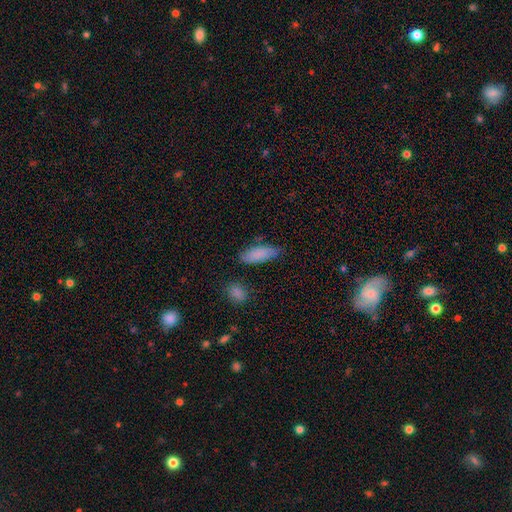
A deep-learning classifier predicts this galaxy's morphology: Smooth or featured?
  - smooth: 85% *
  - featured or disk: 7%
  - star or artifact: 7%
How rounded?
  - in between: 73% *
  - cigar-shaped: 25%
  - round: 2%
Merging?
  - none: 73% *
  - minor disturbance: 19%
  - major disturbance: 4%
  - merger: 4%